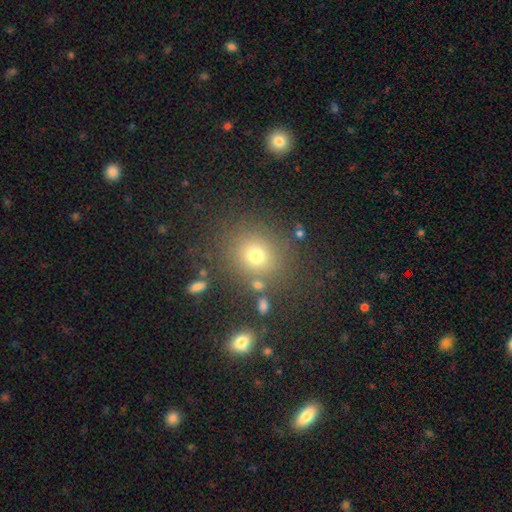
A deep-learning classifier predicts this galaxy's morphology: A smooth galaxy with no disk features (72%) that is round (83%). Merging: none (80%).